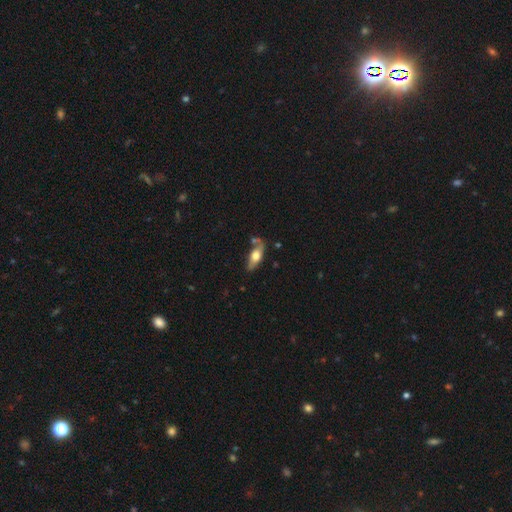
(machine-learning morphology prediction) A smooth galaxy with no disk features (49%). Merging: none (54%).